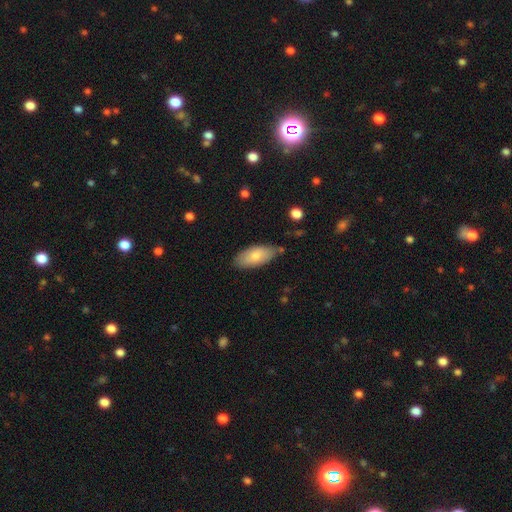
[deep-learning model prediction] smooth-or-featured: smooth: 76% | featured or disk: 18% | star or artifact: 6%
  how-rounded: in between: 88% | cigar-shaped: 10% | round: 2%
  merging: none: 76% | minor disturbance: 18% | major disturbance: 3% | merger: 3%